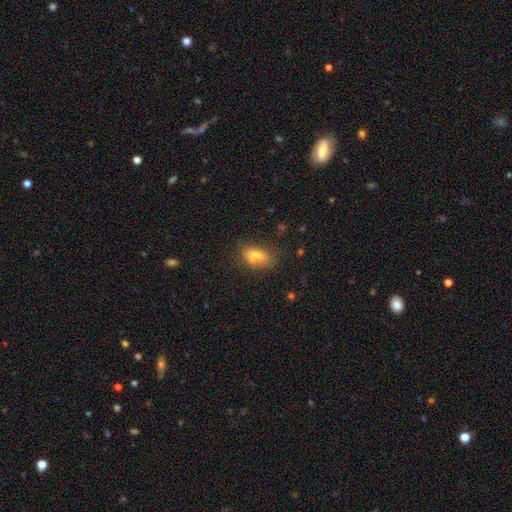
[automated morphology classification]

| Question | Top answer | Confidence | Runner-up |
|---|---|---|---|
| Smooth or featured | smooth | 70% | featured or disk (18%) |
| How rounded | in between | 79% | round (11%) |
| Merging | none | 58% | minor disturbance (21%) |